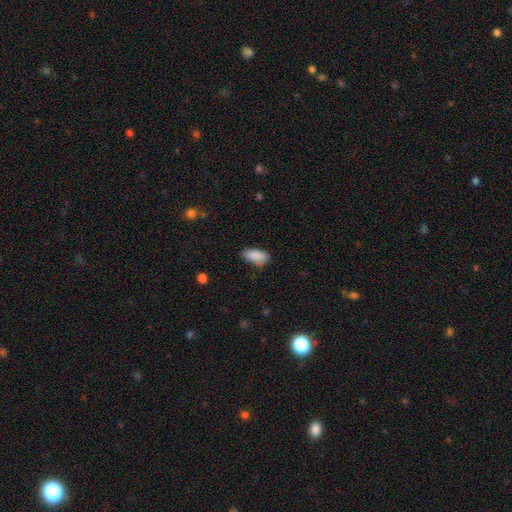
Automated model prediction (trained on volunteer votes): Overall: smooth (89%). How rounded: in between (89%). Merging: none (75%).